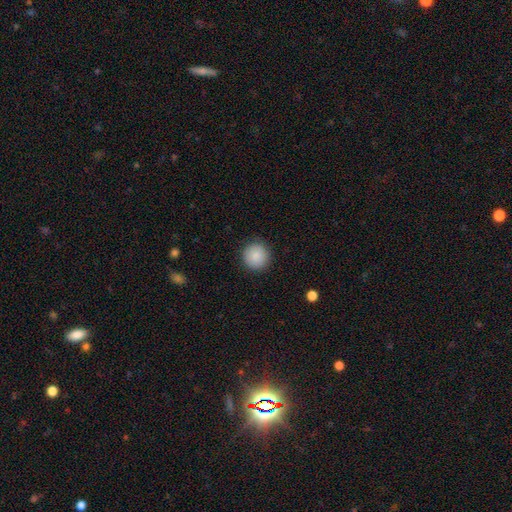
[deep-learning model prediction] Smooth or featured? smooth (88%)
How rounded? round (95%)
Merging? none (92%)